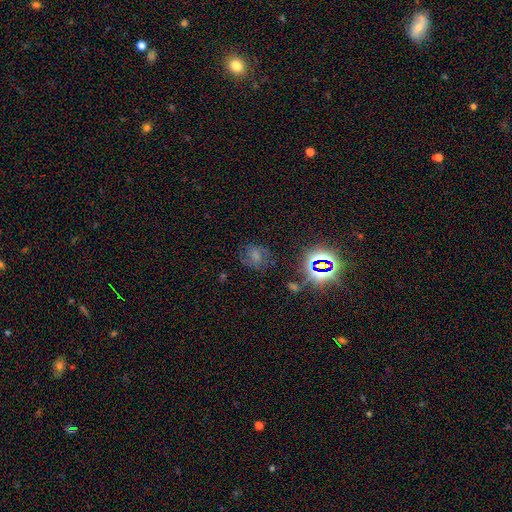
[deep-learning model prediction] smooth-or-featured: smooth: 47% | star or artifact: 29% | featured or disk: 23%
  merging: none: 66% | minor disturbance: 20% | major disturbance: 12% | merger: 3%